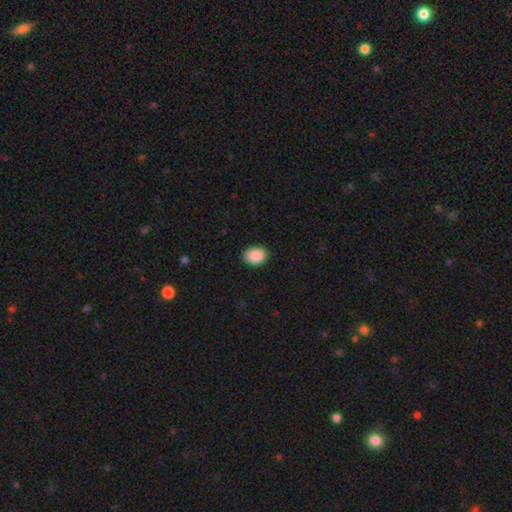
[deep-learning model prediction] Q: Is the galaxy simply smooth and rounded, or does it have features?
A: smooth — 90%.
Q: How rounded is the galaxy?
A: in between — 74%.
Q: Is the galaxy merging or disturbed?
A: none — 85%.